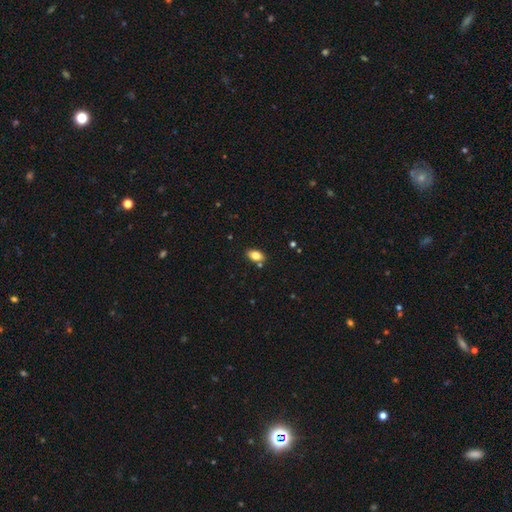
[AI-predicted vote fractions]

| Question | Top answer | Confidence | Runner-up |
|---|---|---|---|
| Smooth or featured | smooth | 81% | featured or disk (10%) |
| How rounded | in between | 89% | round (8%) |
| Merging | none | 80% | minor disturbance (11%) |